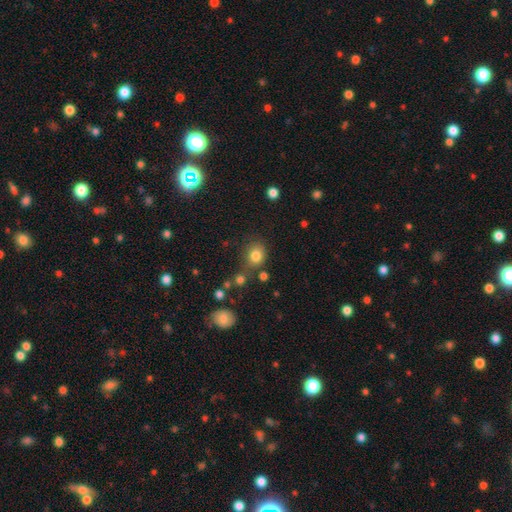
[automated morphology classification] This is clearly a smooth galaxy (80%). How rounded: likely round (70%). Merging: likely none (68%).